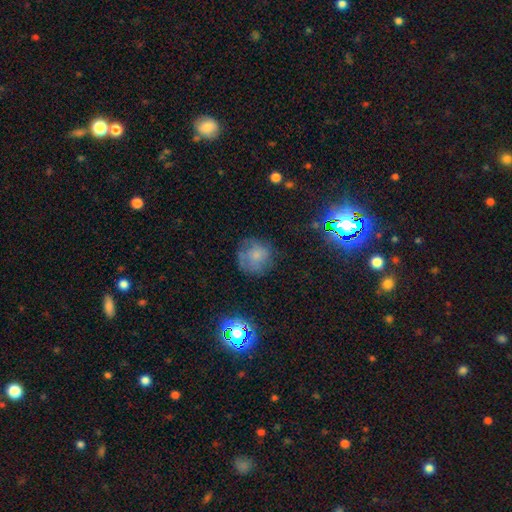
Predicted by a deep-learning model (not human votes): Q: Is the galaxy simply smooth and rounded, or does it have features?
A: smooth — 63%.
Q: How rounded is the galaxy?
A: round — 89%.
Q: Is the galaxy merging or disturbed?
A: none — 66%.